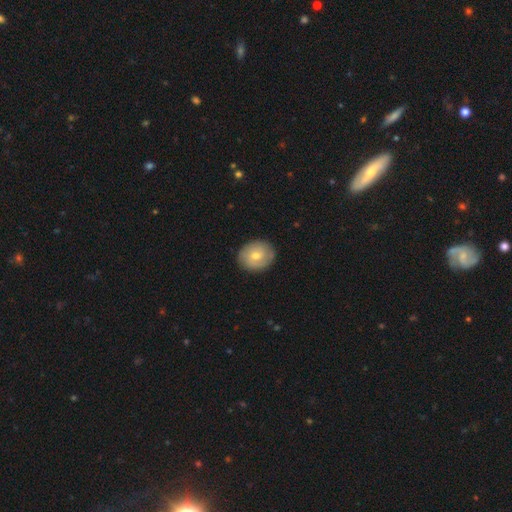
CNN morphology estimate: Smooth or featured? smooth (56%)
How rounded? round (67%)
Merging? none (86%)